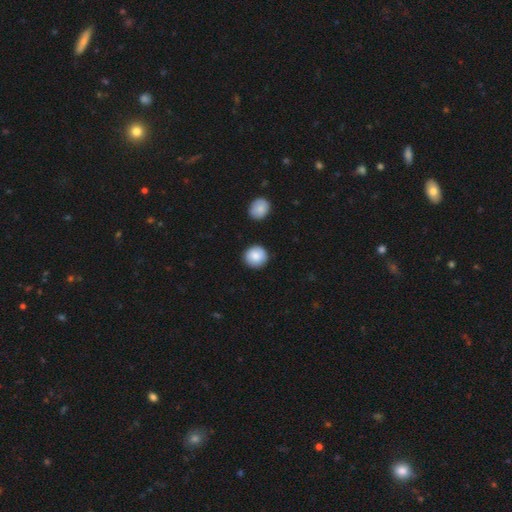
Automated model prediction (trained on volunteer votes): smooth 88%, star or artifact 7%, featured or disk 6%. Down the decision tree: how rounded — round (92%); merging — none (90%).